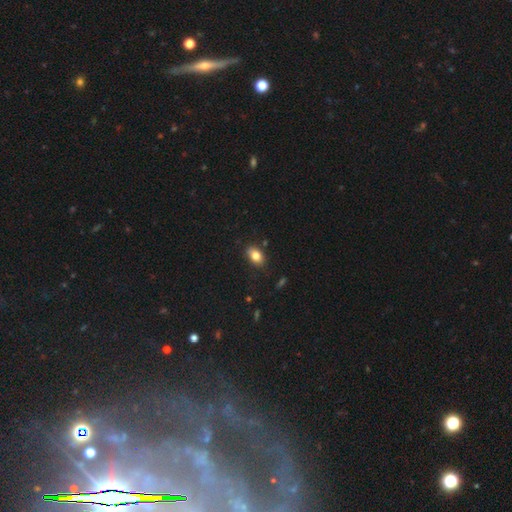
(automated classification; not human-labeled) smooth-or-featured: smooth: 81% | featured or disk: 10% | star or artifact: 9%
  how-rounded: in between: 83% | round: 15% | cigar-shaped: 2%
  merging: none: 83% | minor disturbance: 12% | major disturbance: 2% | merger: 2%